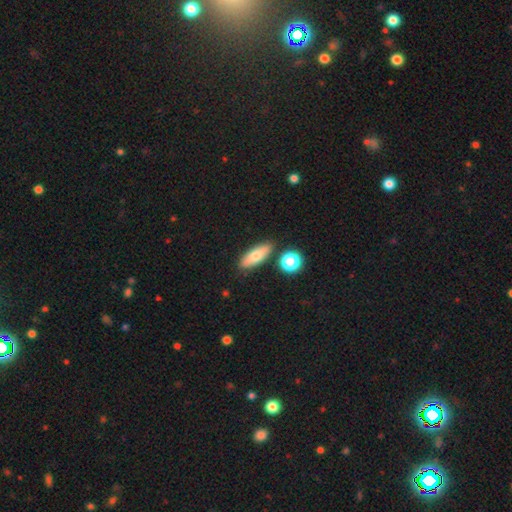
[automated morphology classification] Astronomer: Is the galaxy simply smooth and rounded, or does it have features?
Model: smooth — 70%.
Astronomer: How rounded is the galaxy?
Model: in between — 65%.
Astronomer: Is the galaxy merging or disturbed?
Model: none — 82%.